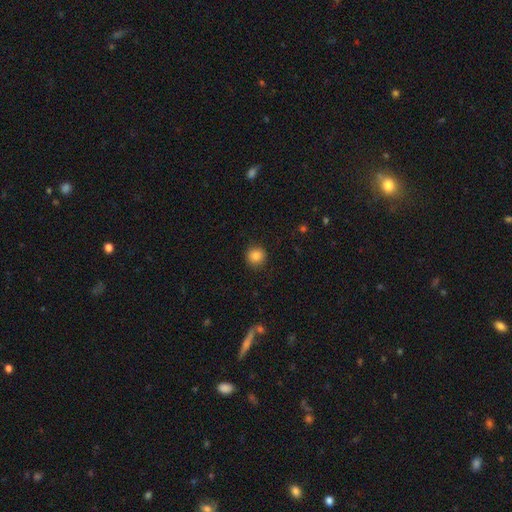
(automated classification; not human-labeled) This is clearly a smooth galaxy (84%). How rounded: clearly round (93%). Merging: clearly none (90%).